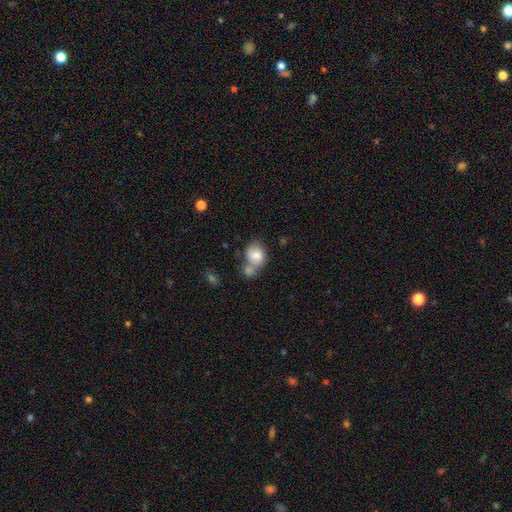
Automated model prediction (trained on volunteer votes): Smooth or featured? smooth (74%)
How rounded? in between (59%)
Merging? merger (50%)